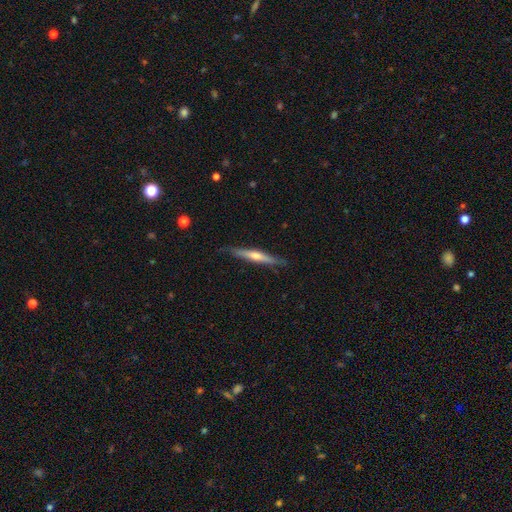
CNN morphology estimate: Smooth or featured? Predicted: featured or disk (p=0.64). Edge-on disk? Predicted: yes (p=0.96). Edge-on bulge? Predicted: rounded (p=0.76). Merging? Predicted: none (p=0.84).